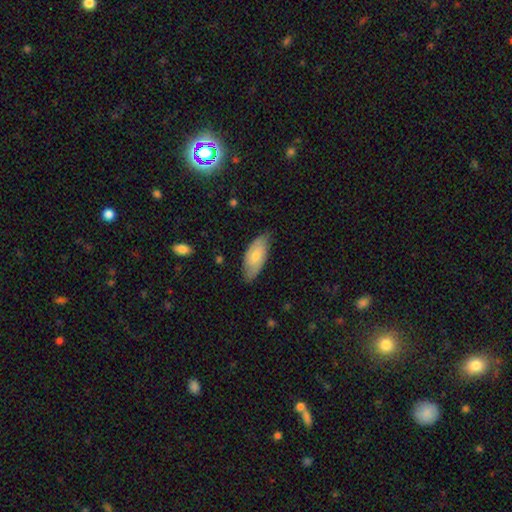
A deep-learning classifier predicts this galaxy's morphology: This is possibly a smooth galaxy (54%). How rounded: clearly in between (86%). Merging: likely none (75%).